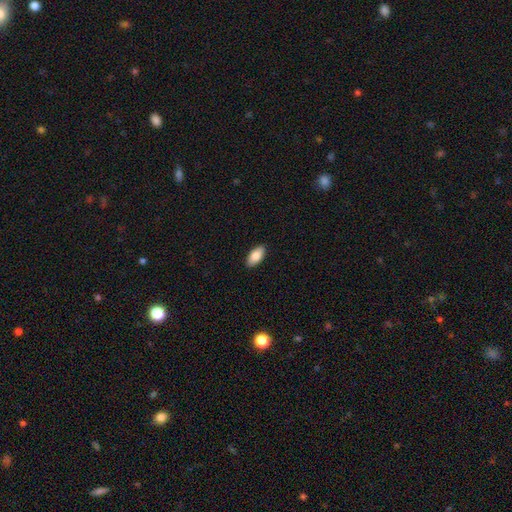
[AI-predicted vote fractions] Smooth or featured? smooth (85%)
How rounded? in between (93%)
Merging? none (90%)